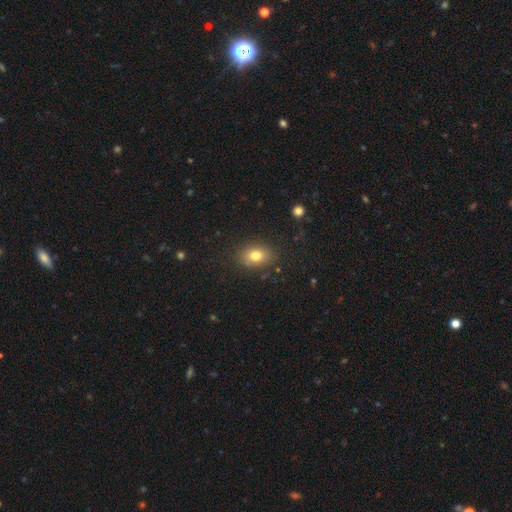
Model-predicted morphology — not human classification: smooth_or_featured: smooth (p=0.78) [alt: star or artifact p=0.11]
how_rounded: in between (p=0.68) [alt: round p=0.30]
merging: none (p=0.83) [alt: minor disturbance p=0.12]